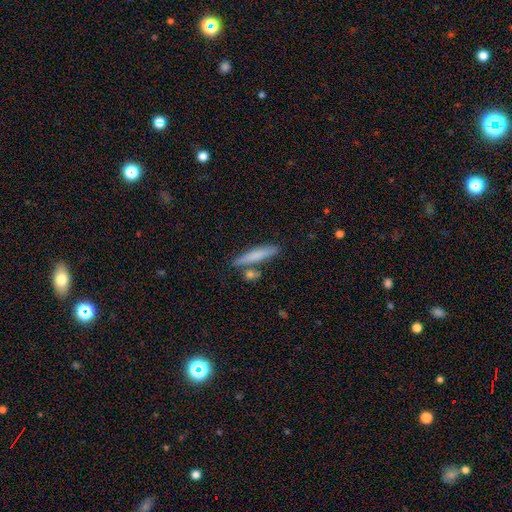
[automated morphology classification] Smooth or featured? smooth (73%)
How rounded? cigar-shaped (89%)
Merging? none (78%)